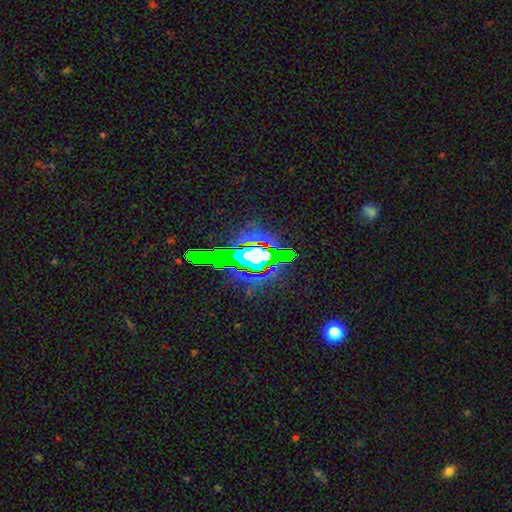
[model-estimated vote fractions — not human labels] This is likely a star or artifact rather than a galaxy (62%).